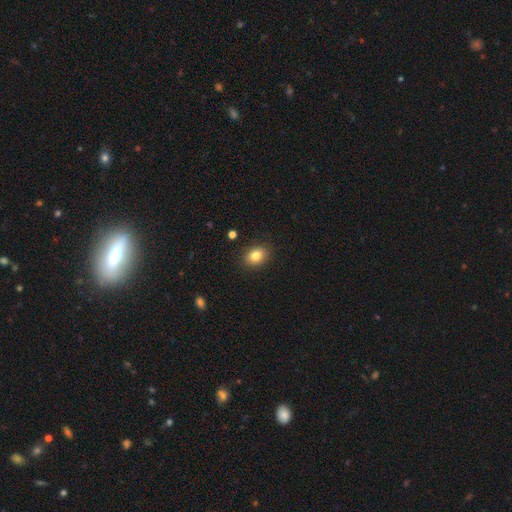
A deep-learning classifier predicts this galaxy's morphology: Smooth or featured?
  - smooth: 83% *
  - star or artifact: 9%
  - featured or disk: 7%
How rounded?
  - in between: 65% *
  - round: 34%
  - cigar-shaped: 1%
Merging?
  - none: 89% *
  - minor disturbance: 8%
  - major disturbance: 2%
  - merger: 1%